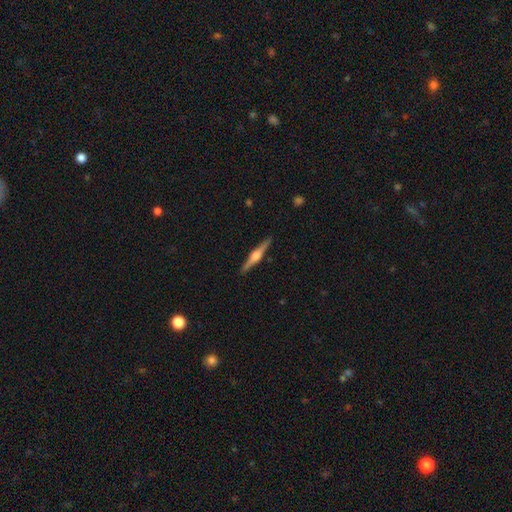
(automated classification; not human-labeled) A featured or disk galaxy (76%) viewed edge-on (98%) with a rounded central bulge (85%).

Vote fractions:
- Smooth or featured? featured or disk: 76% / smooth: 18% / star or artifact: 6%
- Edge-on disk? yes: 98% / no: 2%
- Edge-on bulge? rounded: 85% / boxy: 12% / none: 3%
- Merging? none: 91% / minor disturbance: 6% / major disturbance: 1% / merger: 1%